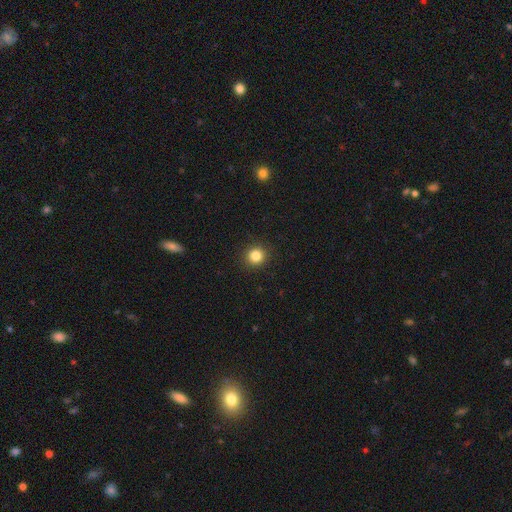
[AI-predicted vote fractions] smooth 84%, star or artifact 12%, featured or disk 4%. Down the decision tree: how rounded — round (93%); merging — none (92%).